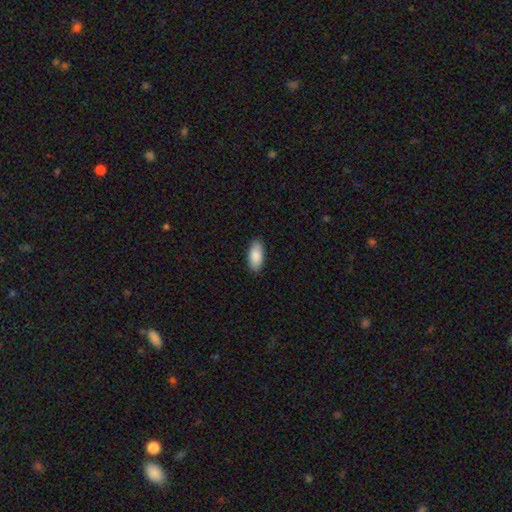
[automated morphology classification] This is clearly a smooth galaxy (89%). How rounded: clearly in between (89%). Merging: clearly none (89%).